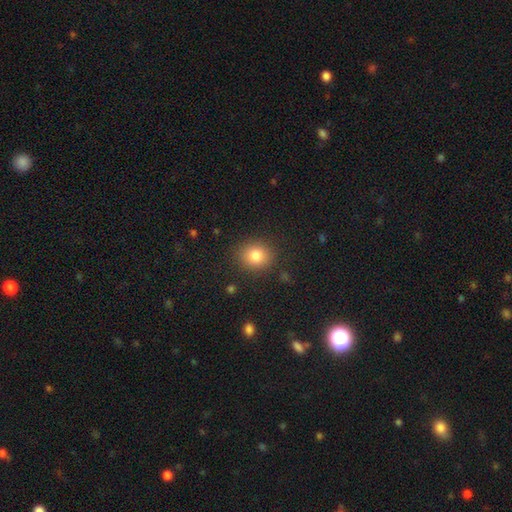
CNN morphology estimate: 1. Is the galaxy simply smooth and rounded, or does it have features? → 81% smooth, 11% star or artifact, 7% featured or disk.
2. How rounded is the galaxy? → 78% round, 21% in between, 1% cigar-shaped.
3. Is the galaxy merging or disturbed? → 88% none, 8% minor disturbance, 3% major disturbance, 1% merger.